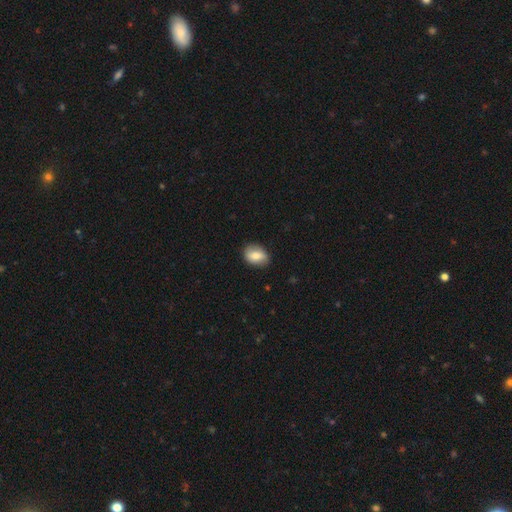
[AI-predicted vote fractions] A smooth galaxy with no disk features (75%) that is in between round and cigar-shaped (72%). Merging: none (83%).